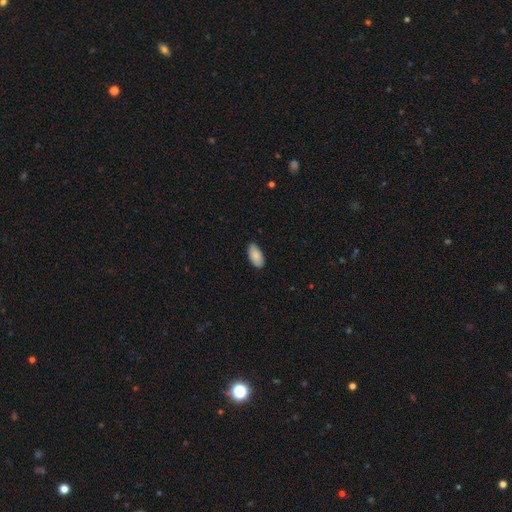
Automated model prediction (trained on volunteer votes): The model was most divided on "merging": none: 85%, minor disturbance: 12%, major disturbance: 2%, merger: 1%. More confident: how rounded — in between (95%); smooth or featured — smooth (88%).